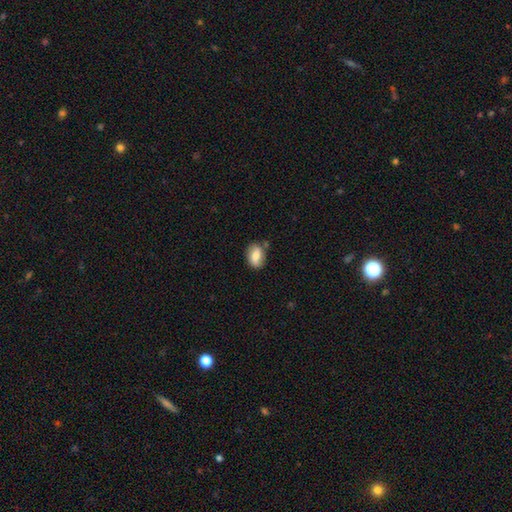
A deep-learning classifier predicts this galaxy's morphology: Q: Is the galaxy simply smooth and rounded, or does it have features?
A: smooth — 74%.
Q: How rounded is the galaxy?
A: in between — 78%.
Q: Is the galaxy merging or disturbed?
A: none — 73%.